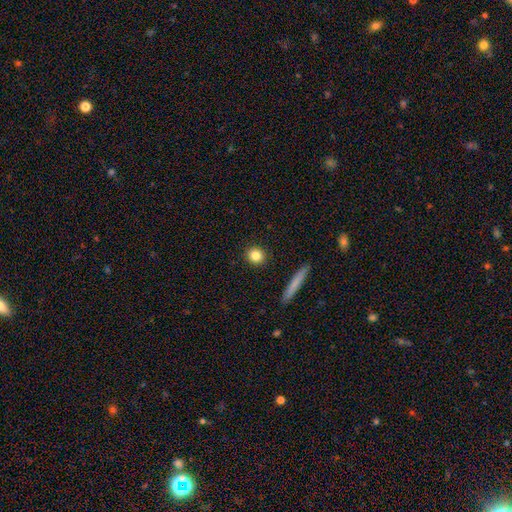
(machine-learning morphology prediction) Overall: smooth (83%). How rounded: round (85%). Merging: none (92%).